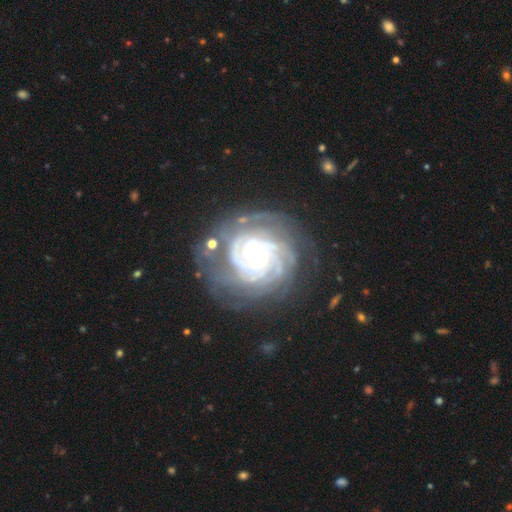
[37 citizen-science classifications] Smooth or featured? 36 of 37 (97%) said featured or disk. Edge-on disk? 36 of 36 (100%) said no. Bar? 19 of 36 (53%) said weak. Spiral arms? 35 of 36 (97%) said yes. Spiral winding? 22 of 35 (63%) said tight. Spiral arm count? 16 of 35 (46%) said 4. Bulge size? 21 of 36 (58%) said small. Merging? 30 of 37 (81%) said none.